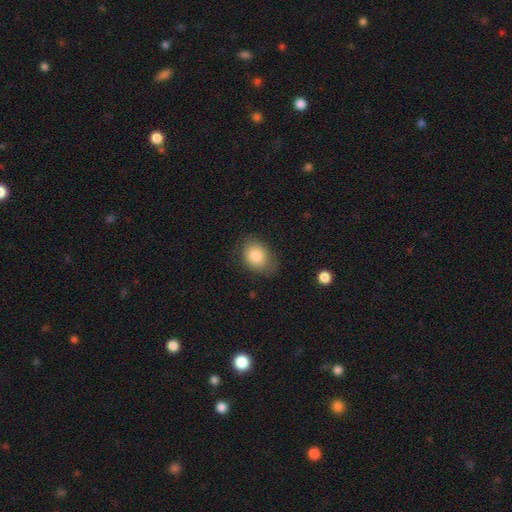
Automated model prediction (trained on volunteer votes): smooth-or-featured: smooth: 84% | featured or disk: 8% | star or artifact: 8%
  how-rounded: in between: 65% | round: 34% | cigar-shaped: 1%
  merging: none: 71% | minor disturbance: 22% | major disturbance: 6% | merger: 1%